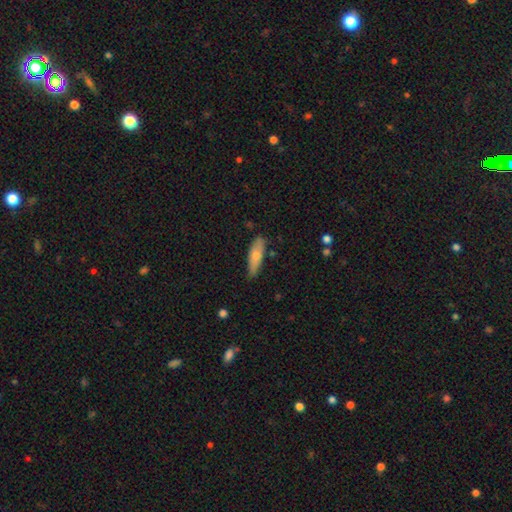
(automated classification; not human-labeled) Smooth or featured?
  - smooth: 64% *
  - featured or disk: 30%
  - star or artifact: 7%
How rounded?
  - cigar-shaped: 58% *
  - in between: 39%
  - round: 2%
Merging?
  - none: 81% *
  - minor disturbance: 15%
  - major disturbance: 2%
  - merger: 2%